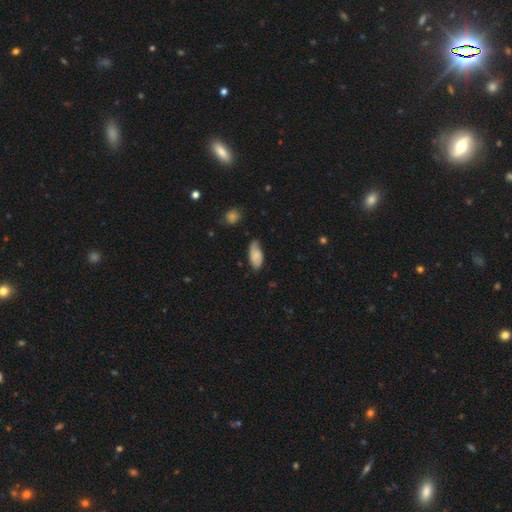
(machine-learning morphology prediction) Smooth or featured: smooth — 72% (featured or disk — 20%)
How rounded: in between — 91% (cigar-shaped — 6%)
Merging: none — 56% (minor disturbance — 34%)